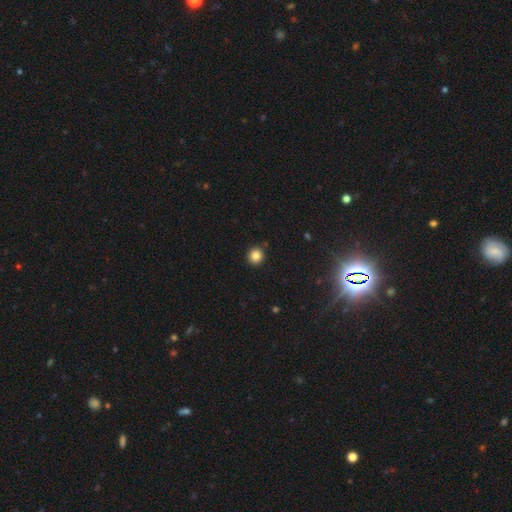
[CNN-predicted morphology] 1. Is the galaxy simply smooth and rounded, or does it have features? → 85% smooth, 11% star or artifact, 4% featured or disk.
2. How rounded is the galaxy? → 93% round, 6% in between, 1% cigar-shaped.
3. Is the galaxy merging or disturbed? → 91% none, 6% minor disturbance, 2% major disturbance, 2% merger.